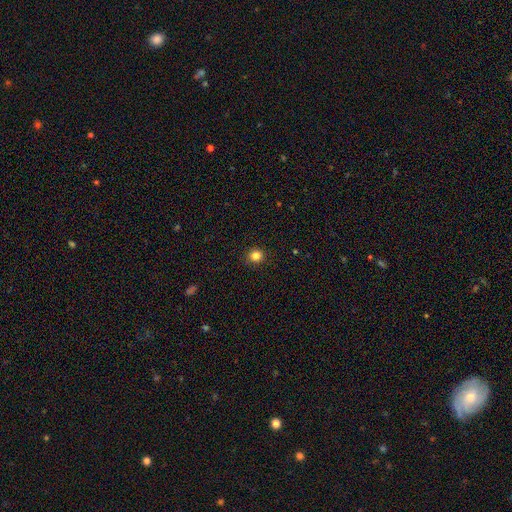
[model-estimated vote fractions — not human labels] Smooth or featured: smooth — 83% (star or artifact — 12%)
How rounded: round — 88% (in between — 11%)
Merging: none — 91% (minor disturbance — 6%)